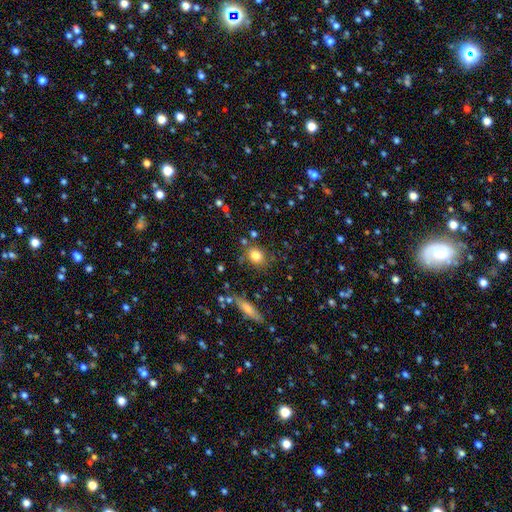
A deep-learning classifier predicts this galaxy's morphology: This is clearly a smooth galaxy (81%). How rounded: likely round (65%). Merging: likely none (78%).